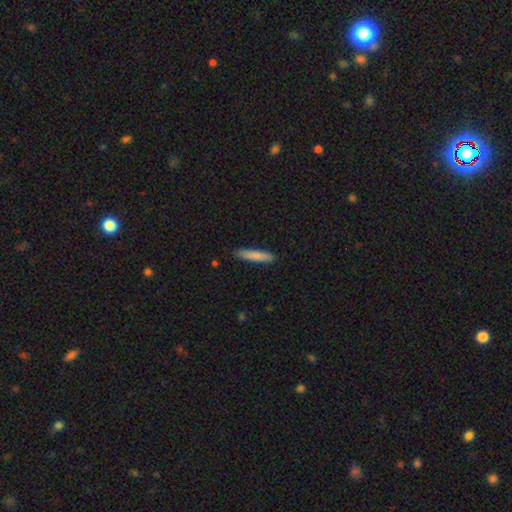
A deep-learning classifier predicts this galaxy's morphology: Q: Smooth or featured?
A: smooth (82%); runner-up: featured or disk (13%)
Q: How rounded?
A: cigar-shaped (86%); runner-up: in between (12%)
Q: Merging?
A: none (89%); runner-up: minor disturbance (9%)